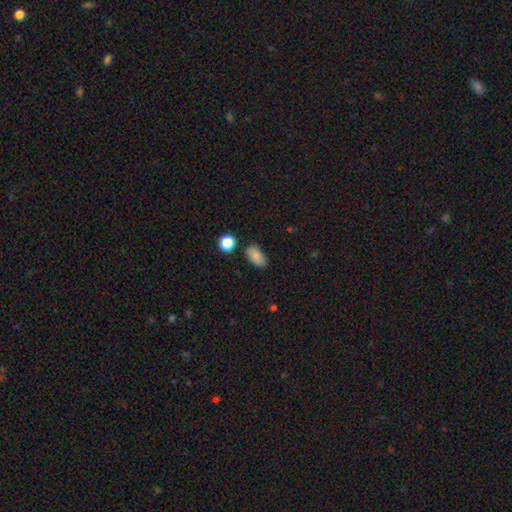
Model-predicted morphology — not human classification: Smooth or featured? Predicted: smooth (p=0.86). How rounded? Predicted: in between (p=0.90). Merging? Predicted: none (p=0.78).